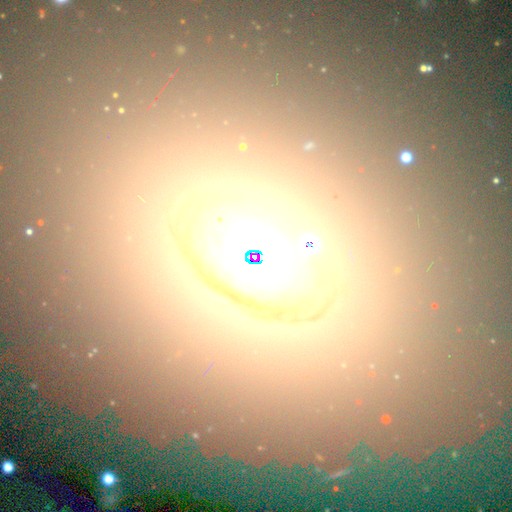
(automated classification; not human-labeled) Morphology: type=smooth (48%); merging=none (76%).